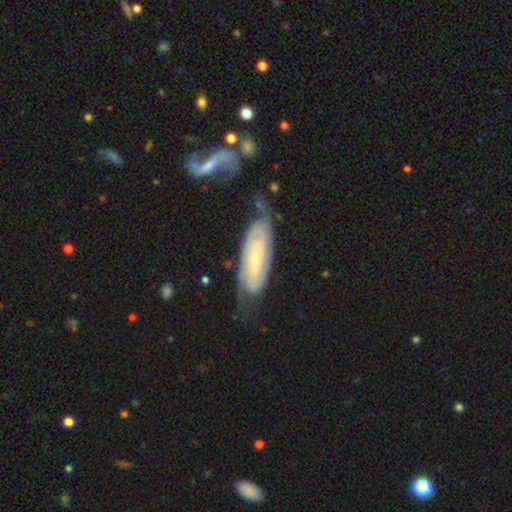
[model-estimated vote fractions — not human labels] A featured or disk galaxy (65%) with no bar (66%), spiral arms (85%) and a small central bulge (75%). Merging: none (60%).